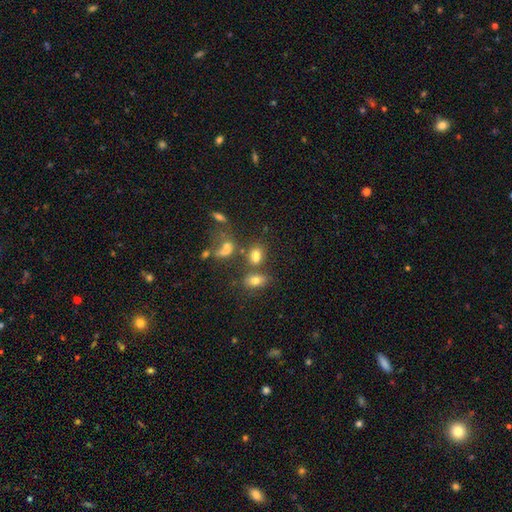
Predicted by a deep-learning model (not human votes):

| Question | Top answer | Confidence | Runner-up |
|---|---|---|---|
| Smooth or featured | smooth | 72% | star or artifact (16%) |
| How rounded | in between | 67% | round (31%) |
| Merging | none | 47% | merger (31%) |